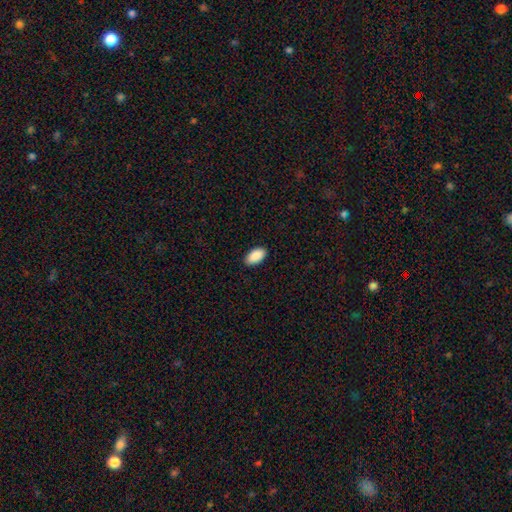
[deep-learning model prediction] Smooth or featured?
  - smooth: 90% *
  - star or artifact: 6%
  - featured or disk: 3%
How rounded?
  - in between: 96% *
  - round: 3%
  - cigar-shaped: 2%
Merging?
  - none: 89% *
  - minor disturbance: 8%
  - major disturbance: 2%
  - merger: 1%